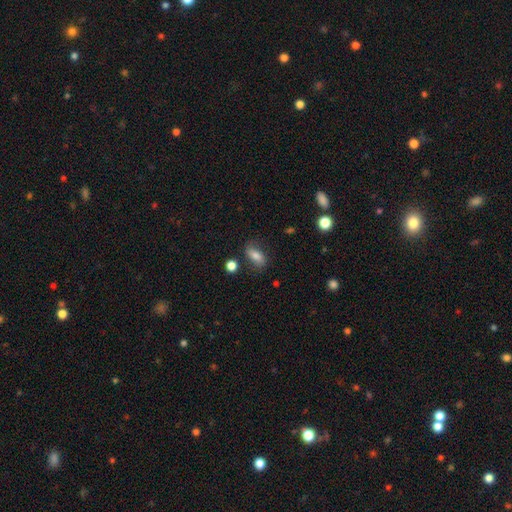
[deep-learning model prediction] smooth_or_featured: smooth (p=0.72) [alt: featured or disk p=0.19]
how_rounded: in between (p=0.83) [alt: cigar-shaped p=0.09]
merging: none (p=0.69) [alt: minor disturbance p=0.20]